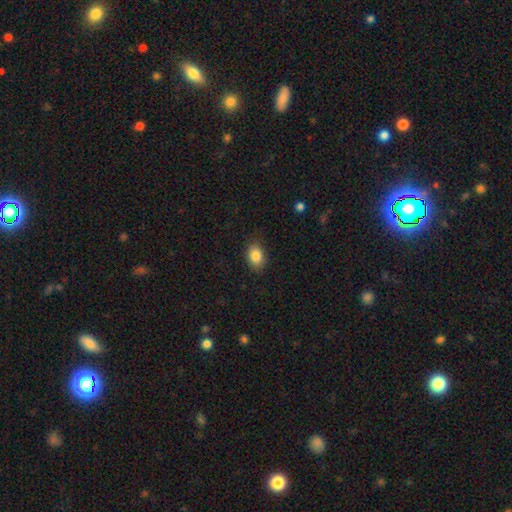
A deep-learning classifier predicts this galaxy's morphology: A smooth galaxy with no disk features (86%) that is in between round and cigar-shaped (79%). Merging: none (85%).